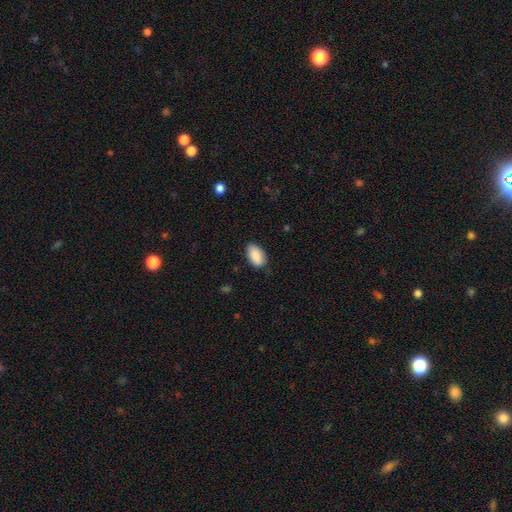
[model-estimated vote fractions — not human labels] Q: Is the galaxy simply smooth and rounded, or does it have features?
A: smooth — 89%.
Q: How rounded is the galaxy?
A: in between — 94%.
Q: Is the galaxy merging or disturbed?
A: none — 78%.